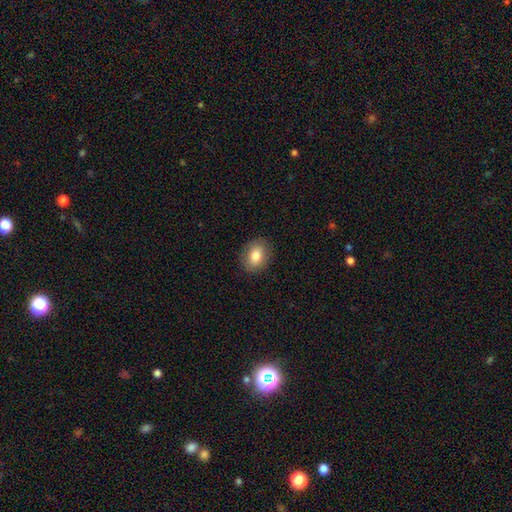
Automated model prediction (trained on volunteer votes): Smooth or featured?
  - smooth: 80% *
  - featured or disk: 12%
  - star or artifact: 8%
How rounded?
  - in between: 58% *
  - round: 41%
  - cigar-shaped: 1%
Merging?
  - none: 88% *
  - minor disturbance: 8%
  - major disturbance: 2%
  - merger: 1%